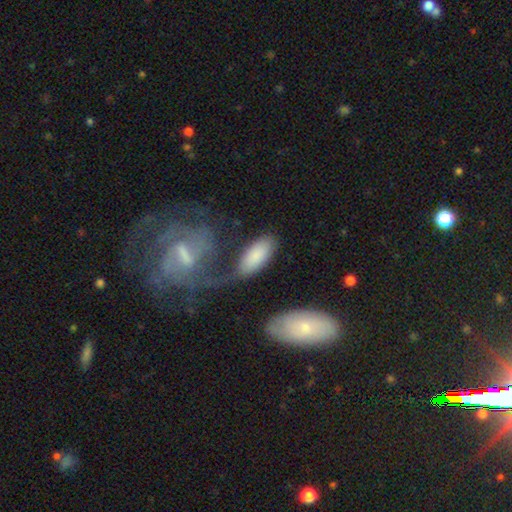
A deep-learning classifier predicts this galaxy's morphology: A smooth galaxy with no disk features (82%) that is in between round and cigar-shaped (87%). Merging: none (55%).